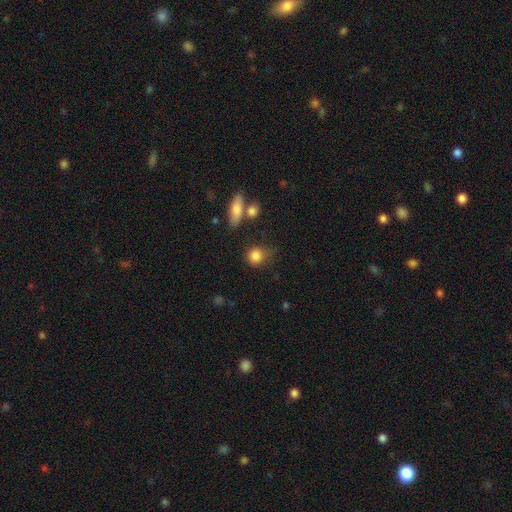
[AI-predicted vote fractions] The model was most divided on "merging": none: 62%, minor disturbance: 23%, major disturbance: 8%, merger: 7%. More confident: smooth or featured — smooth (84%); how rounded — round (77%).